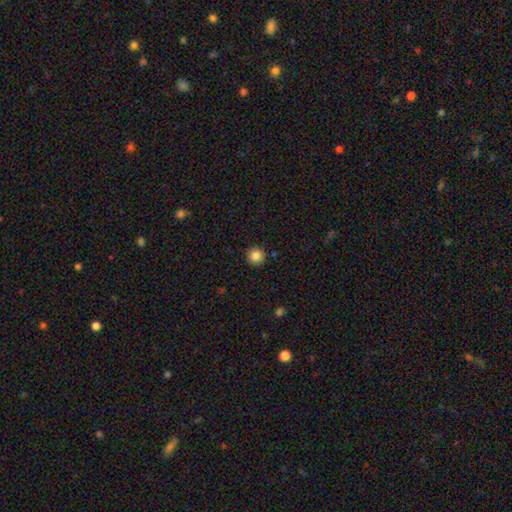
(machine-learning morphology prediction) smooth_or_featured: smooth (p=0.84) [alt: star or artifact p=0.11]
how_rounded: round (p=0.95) [alt: in between p=0.04]
merging: none (p=0.92) [alt: minor disturbance p=0.05]